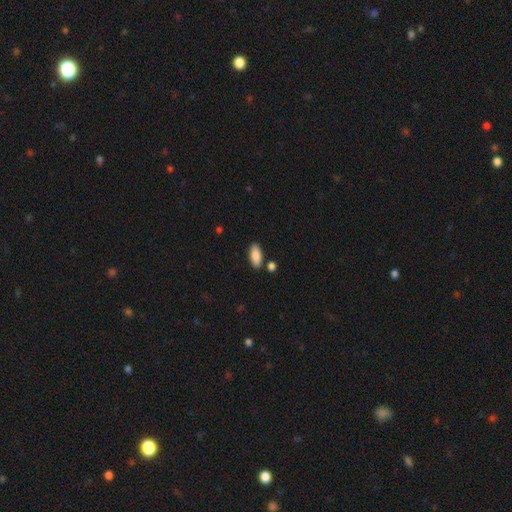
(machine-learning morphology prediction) Smooth or featured? smooth (87%)
How rounded? in between (86%)
Merging? none (83%)